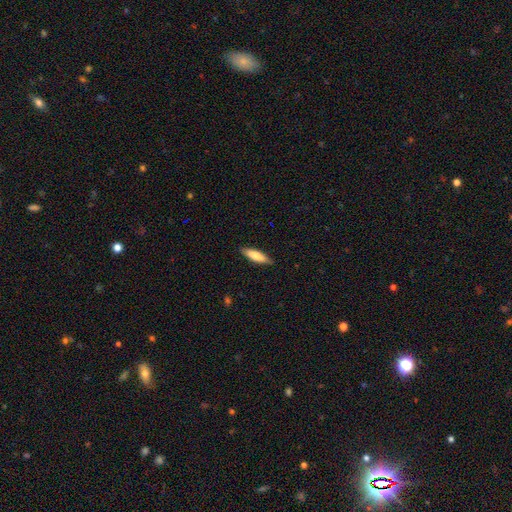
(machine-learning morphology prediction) smooth-or-featured: smooth: 72% | featured or disk: 22% | star or artifact: 6%
  how-rounded: cigar-shaped: 60% | in between: 38% | round: 2%
  merging: none: 86% | minor disturbance: 11% | major disturbance: 2% | merger: 1%